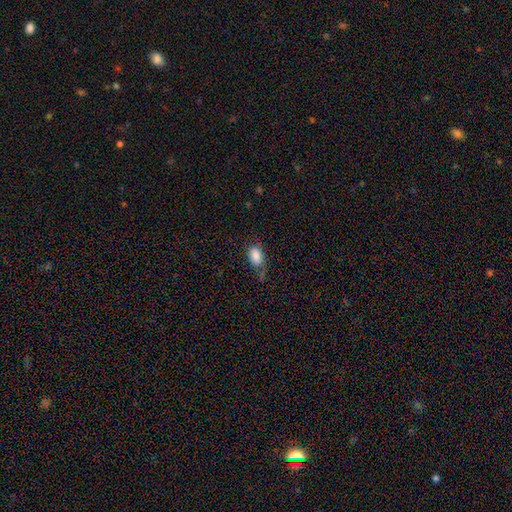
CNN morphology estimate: Smooth or featured? Predicted: smooth (p=0.86). How rounded? Predicted: in between (p=0.88). Merging? Predicted: none (p=0.55).